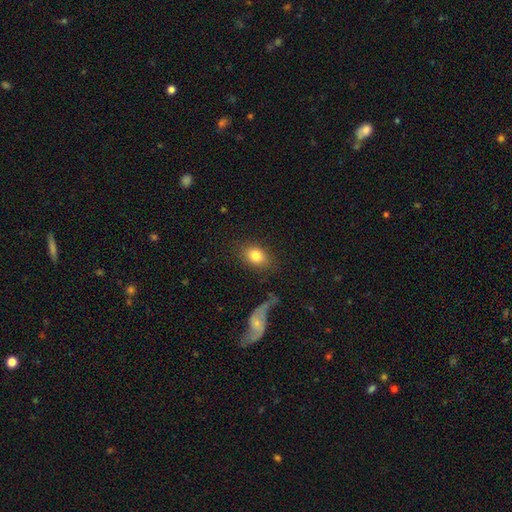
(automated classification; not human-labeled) Smooth or featured? Predicted: smooth (p=0.82). How rounded? Predicted: in between (p=0.71). Merging? Predicted: none (p=0.77).